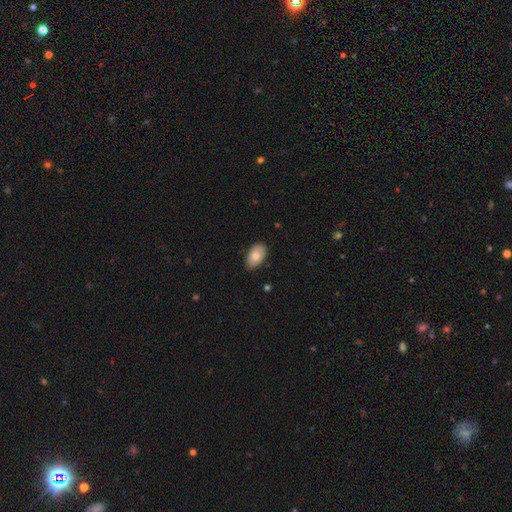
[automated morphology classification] The model was most divided on "smooth or featured": smooth: 77%, featured or disk: 16%, star or artifact: 7%. More confident: how rounded — in between (93%); merging — none (82%).